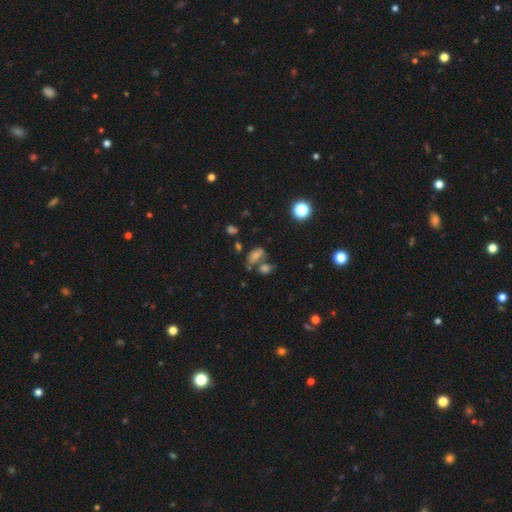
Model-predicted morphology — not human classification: Overall: smooth (59%; star or artifact 25%). How rounded: in between (77%). Merging: none (42%; merger 36%).